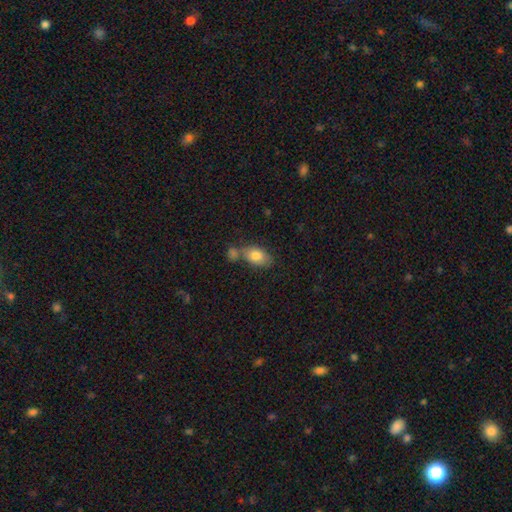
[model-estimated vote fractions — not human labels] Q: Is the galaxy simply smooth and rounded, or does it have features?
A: smooth — 79%.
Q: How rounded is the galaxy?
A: in between — 87%.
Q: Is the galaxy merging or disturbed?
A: none — 52%.